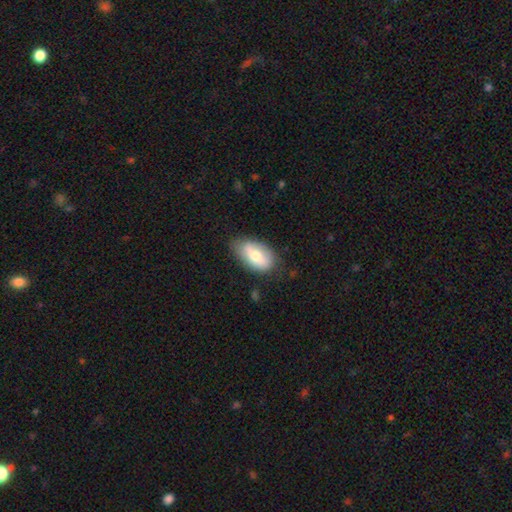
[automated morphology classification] smooth-or-featured: smooth: 64% | featured or disk: 30% | star or artifact: 6%
  how-rounded: in between: 92% | round: 6% | cigar-shaped: 2%
  merging: none: 72% | minor disturbance: 22% | major disturbance: 5% | merger: 2%